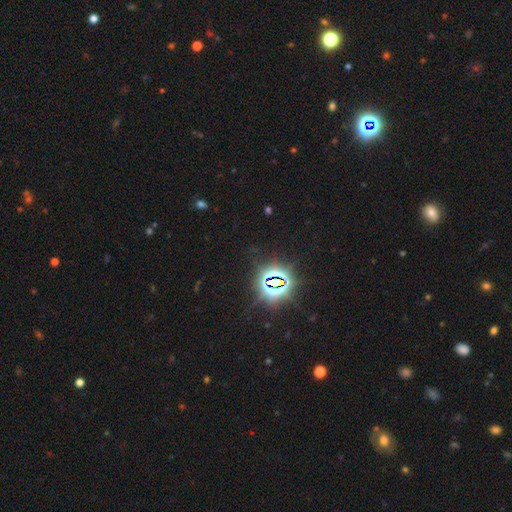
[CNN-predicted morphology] A star or artifact, not a galaxy (84%).